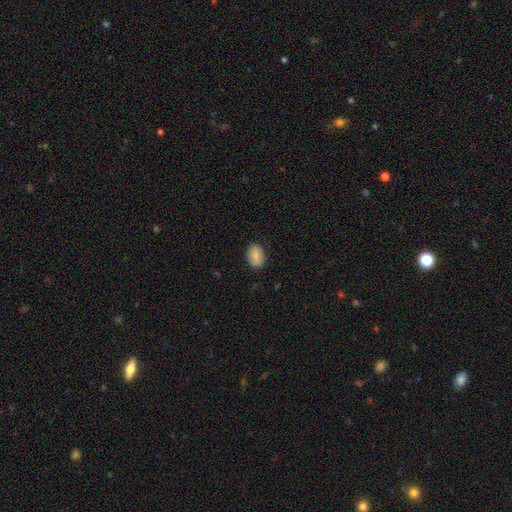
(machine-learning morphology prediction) smooth 86%, featured or disk 7%, star or artifact 7%. Down the decision tree: how rounded — in between (83%); merging — none (86%).